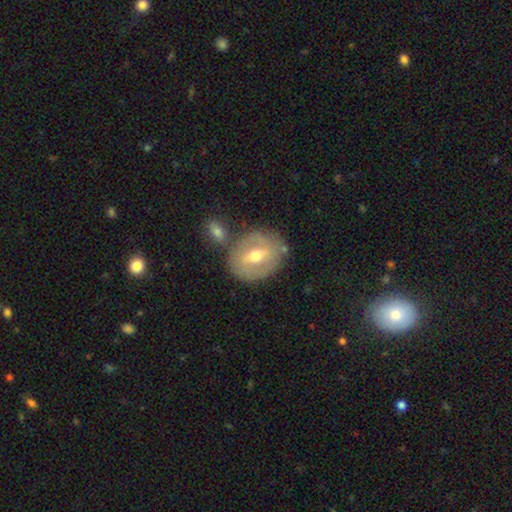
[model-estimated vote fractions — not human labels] A featured or disk galaxy (58%) with a weak bar (44%), no spiral arms (66%) and a moderate central bulge (73%). Merging: none (66%).